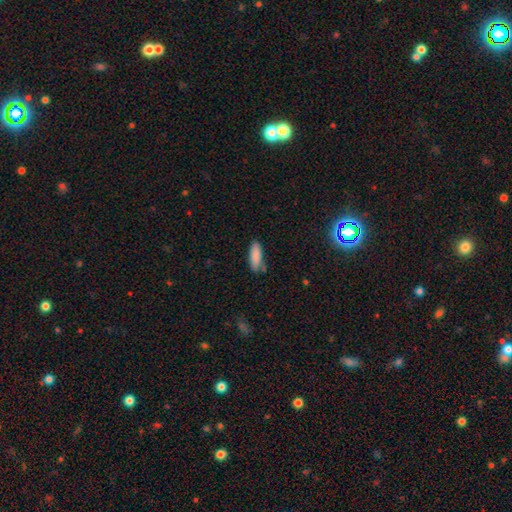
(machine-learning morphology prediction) Smooth or featured? Predicted: smooth (p=0.87). How rounded? Predicted: in between (p=0.55). Merging? Predicted: none (p=0.77).